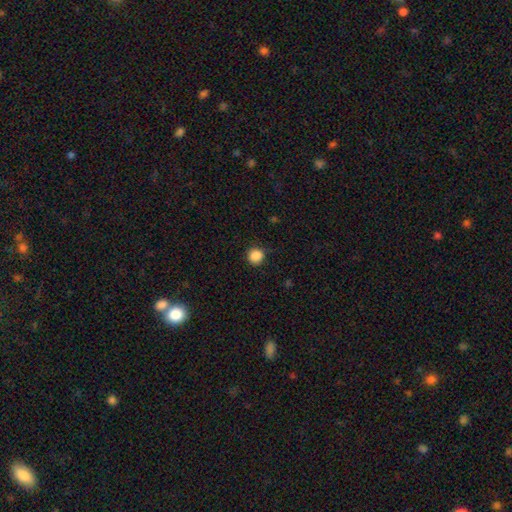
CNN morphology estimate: type=smooth (87%); roundness=round (92%); merging=none (87%).